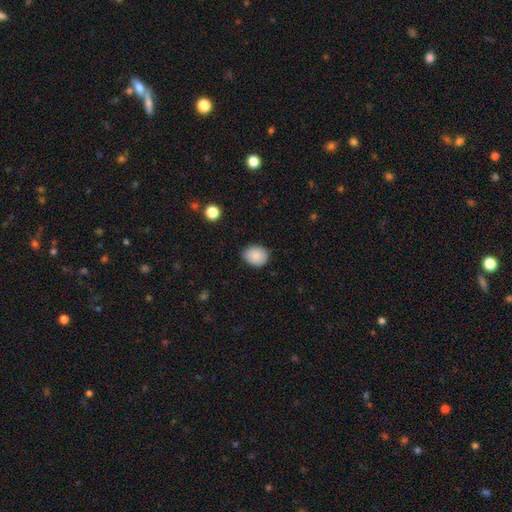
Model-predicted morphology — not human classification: This is clearly a smooth galaxy (87%). How rounded: possibly round (53%). Merging: likely none (79%).